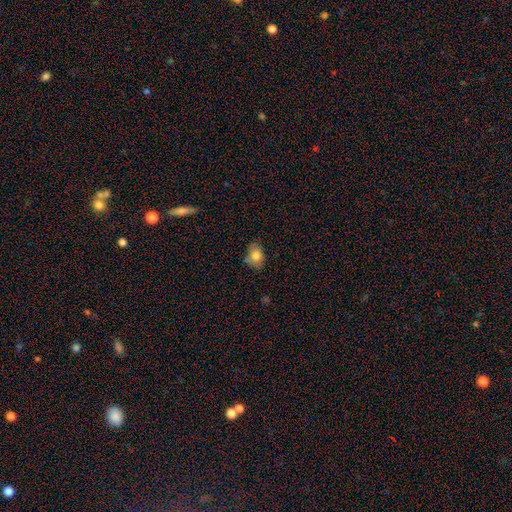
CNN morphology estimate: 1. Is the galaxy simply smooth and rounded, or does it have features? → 81% smooth, 10% featured or disk, 9% star or artifact.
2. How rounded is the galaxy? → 72% in between, 27% round, 1% cigar-shaped.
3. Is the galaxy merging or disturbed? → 68% none, 24% minor disturbance, 4% major disturbance, 4% merger.